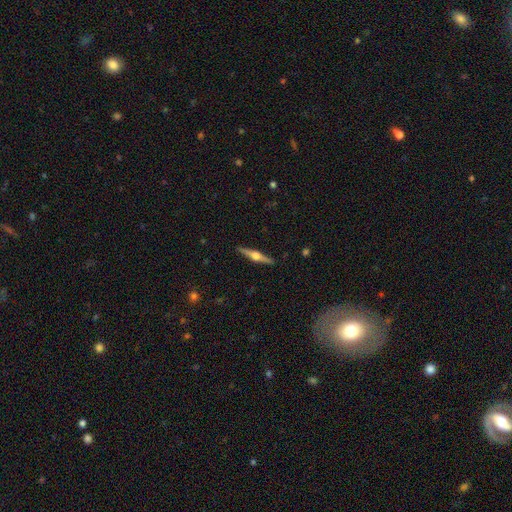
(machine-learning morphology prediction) Smooth or featured: featured or disk — 79% (smooth — 16%)
Edge-on disk: yes — 98% (no — 2%)
Edge-on bulge: rounded — 95% (boxy — 3%)
Merging: none — 92% (minor disturbance — 6%)